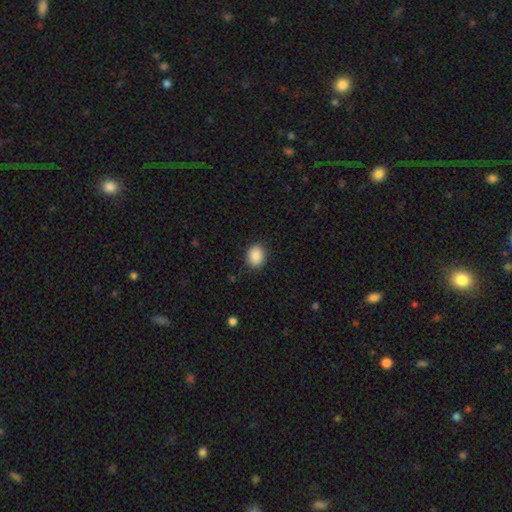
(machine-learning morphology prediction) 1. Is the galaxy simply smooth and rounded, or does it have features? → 89% smooth, 8% star or artifact, 3% featured or disk.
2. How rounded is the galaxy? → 58% round, 41% in between, 1% cigar-shaped.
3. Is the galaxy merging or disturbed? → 89% none, 8% minor disturbance, 3% major disturbance, 1% merger.